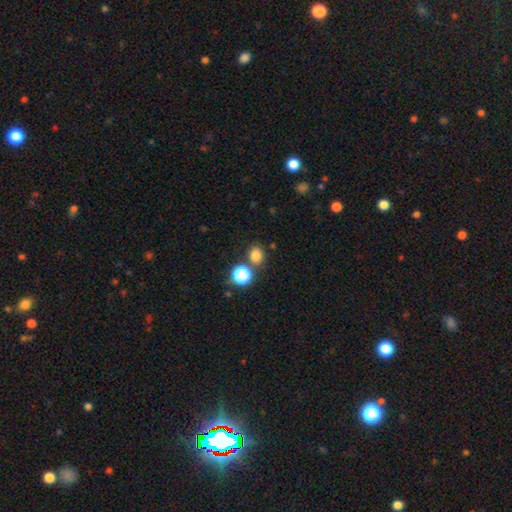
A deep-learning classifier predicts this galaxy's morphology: type=smooth (79%); roundness=round (60%); merging=none (77%).